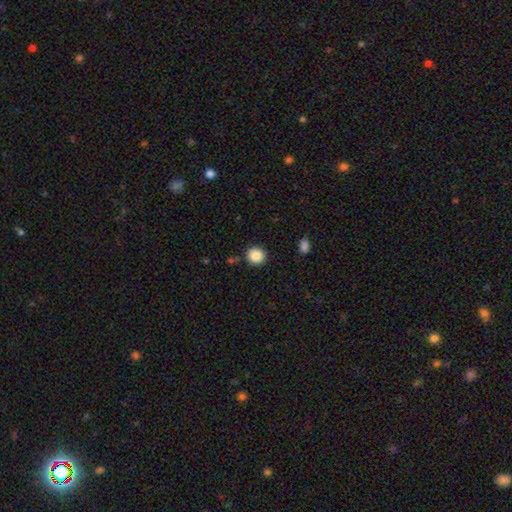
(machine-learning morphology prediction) Q: Smooth or featured?
A: smooth (87%); runner-up: star or artifact (9%)
Q: How rounded?
A: round (91%); runner-up: in between (8%)
Q: Merging?
A: none (89%); runner-up: minor disturbance (7%)